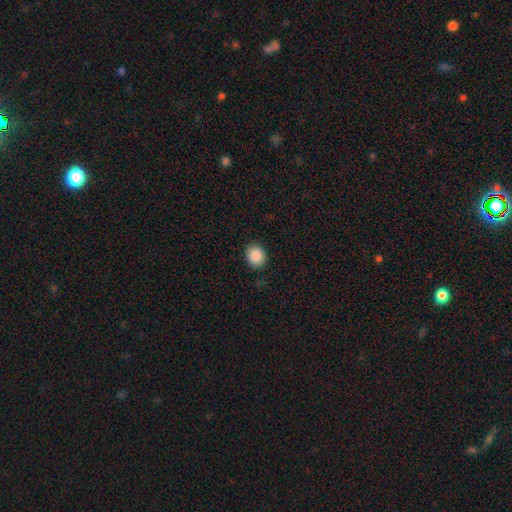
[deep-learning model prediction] smooth 88%, star or artifact 8%, featured or disk 4%. Down the decision tree: how rounded — round (66%); merging — none (88%).